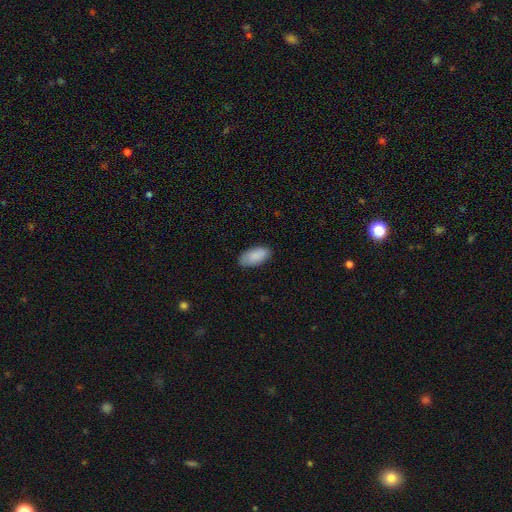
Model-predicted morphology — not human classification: Overall: smooth (88%). How rounded: in between (93%). Merging: none (83%).